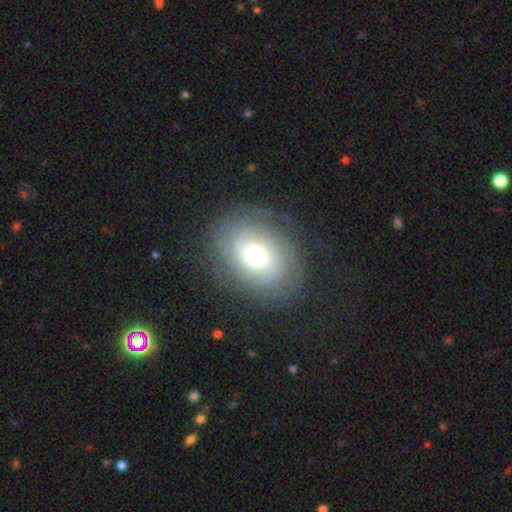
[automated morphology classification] This appears to be a featured or disk galaxy (47%). Merging: none (77%).